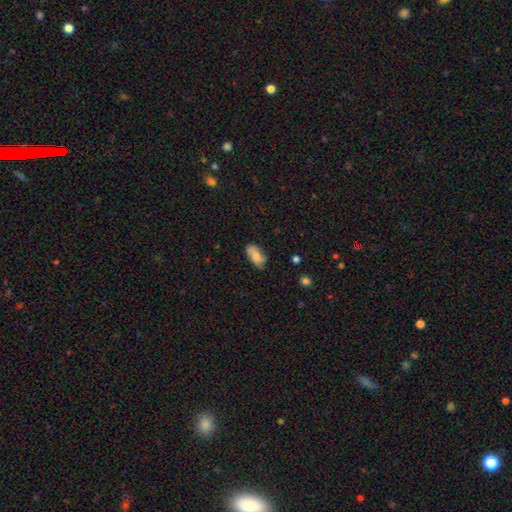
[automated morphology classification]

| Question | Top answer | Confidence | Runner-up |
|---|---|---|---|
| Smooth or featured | smooth | 74% | featured or disk (19%) |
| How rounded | in between | 91% | cigar-shaped (6%) |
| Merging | none | 69% | minor disturbance (24%) |